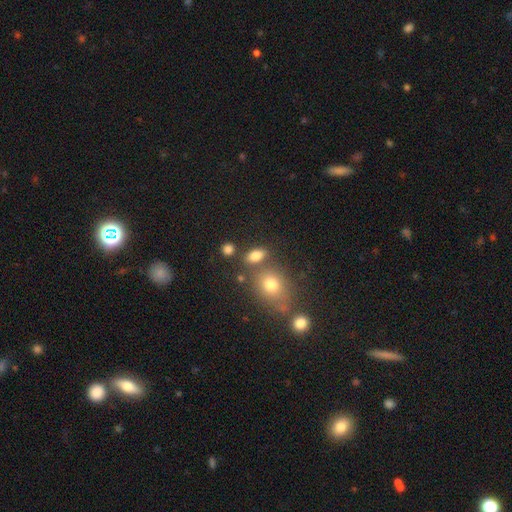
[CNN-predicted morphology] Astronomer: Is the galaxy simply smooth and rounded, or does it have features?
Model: smooth — 80%.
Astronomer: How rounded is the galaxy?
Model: in between — 80%.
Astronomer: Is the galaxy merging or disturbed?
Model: none — 70%.